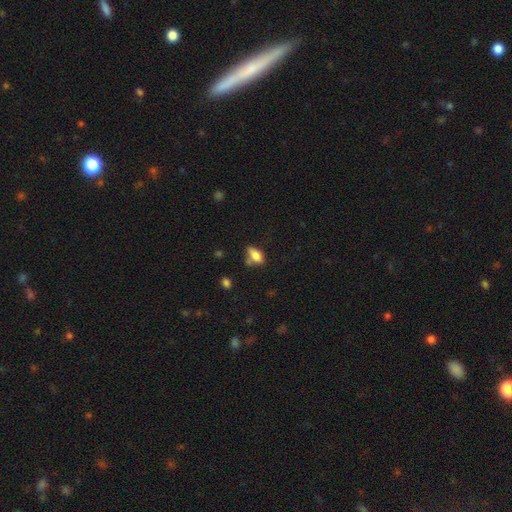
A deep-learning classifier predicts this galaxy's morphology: A smooth galaxy with no disk features (76%) that is in between round and cigar-shaped (85%).

Vote fractions:
- Smooth or featured? smooth: 76% / featured or disk: 16% / star or artifact: 9%
- How rounded? in between: 85% / cigar-shaped: 10% / round: 6%
- Merging? none: 53% / minor disturbance: 26% / merger: 12% / major disturbance: 9%